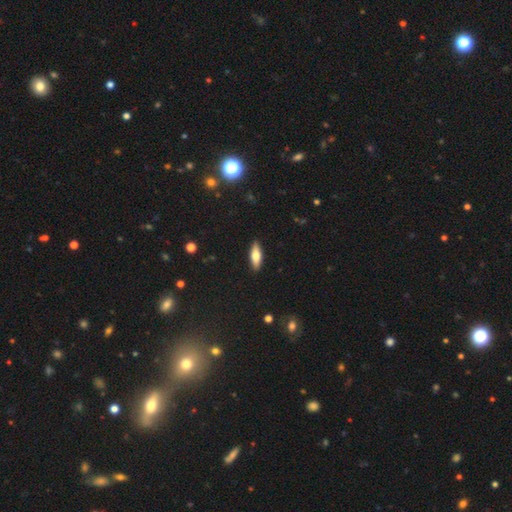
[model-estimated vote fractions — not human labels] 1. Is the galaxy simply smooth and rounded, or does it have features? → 65% smooth, 29% featured or disk, 6% star or artifact.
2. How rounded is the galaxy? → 54% in between, 44% cigar-shaped, 2% round.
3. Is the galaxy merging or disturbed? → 89% none, 8% minor disturbance, 2% major disturbance, 1% merger.